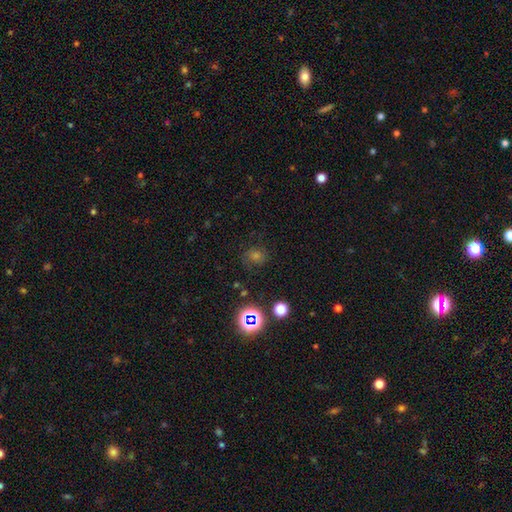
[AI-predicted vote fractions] A smooth galaxy with no disk features (43%). Merging: none (78%).